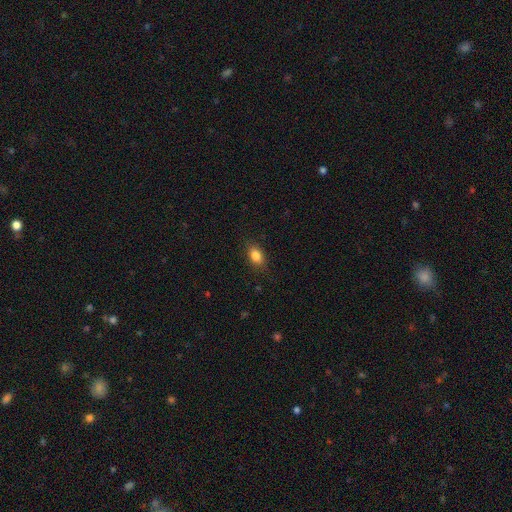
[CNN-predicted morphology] Smooth or featured: smooth — 85% (star or artifact — 9%)
How rounded: in between — 85% (round — 12%)
Merging: none — 86% (minor disturbance — 11%)